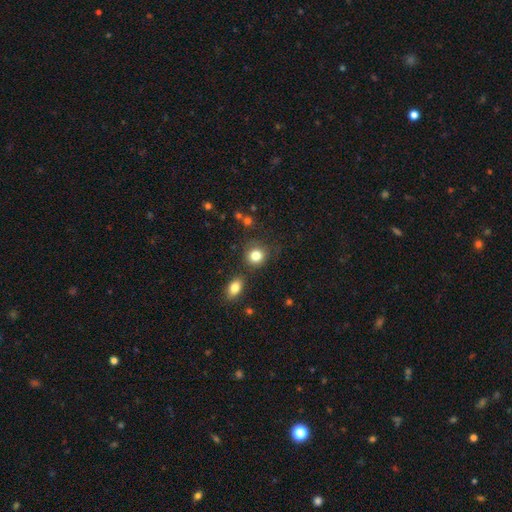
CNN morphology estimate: smooth 83%, star or artifact 10%, featured or disk 7%. Down the decision tree: how rounded — round (81%); merging — none (76%).